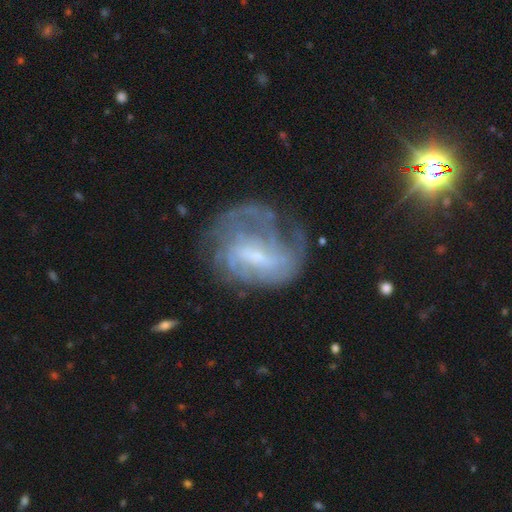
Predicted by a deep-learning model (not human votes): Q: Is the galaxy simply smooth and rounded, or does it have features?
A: featured or disk — 77%.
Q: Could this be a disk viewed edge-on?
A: no — 97%.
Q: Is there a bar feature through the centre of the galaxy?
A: weak — 52%.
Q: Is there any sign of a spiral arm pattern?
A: yes — 82%.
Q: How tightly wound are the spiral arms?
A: tight — 41%.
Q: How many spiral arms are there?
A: can't tell — 46%.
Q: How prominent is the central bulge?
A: small — 59%.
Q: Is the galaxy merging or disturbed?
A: none — 50%.